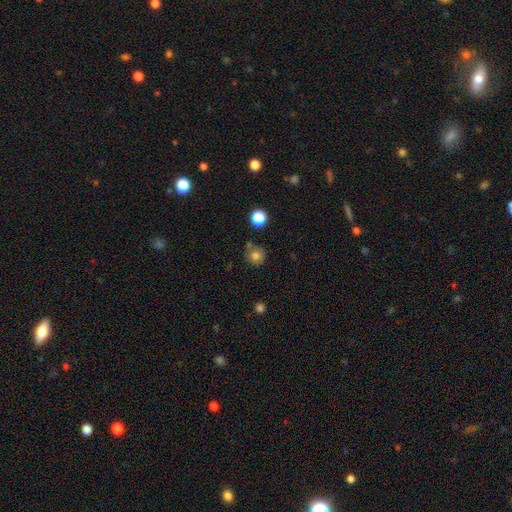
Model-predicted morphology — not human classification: The model was most divided on "merging": none: 71%, minor disturbance: 14%, merger: 11%, major disturbance: 4%. More confident: how rounded — round (91%); smooth or featured — smooth (79%).